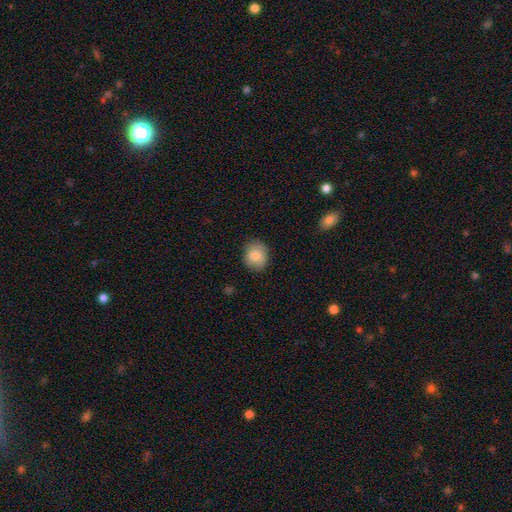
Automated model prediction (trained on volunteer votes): This appears to be a smooth galaxy with no disk features (84%) that is round (68%). Merging: none (85%).